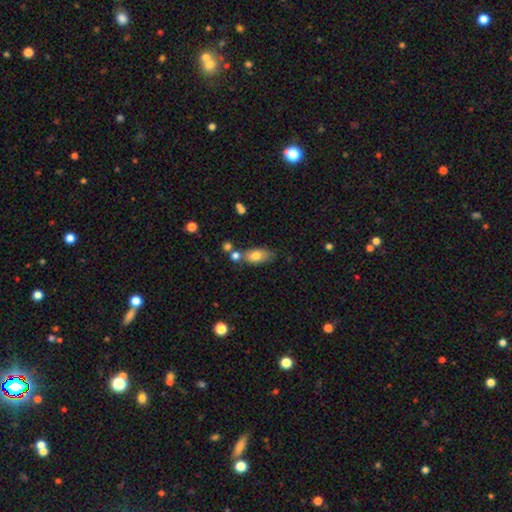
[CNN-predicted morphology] smooth_or_featured: smooth (p=0.75) [alt: featured or disk p=0.17]
how_rounded: in between (p=0.86) [alt: round p=0.07]
merging: none (p=0.53) [alt: merger p=0.21]